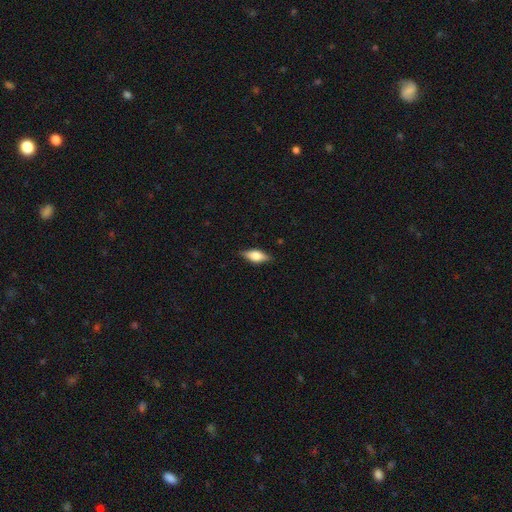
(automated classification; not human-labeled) Q: Smooth or featured?
A: smooth (59%); runner-up: featured or disk (34%)
Q: How rounded?
A: in between (76%); runner-up: cigar-shaped (21%)
Q: Merging?
A: none (84%); runner-up: minor disturbance (12%)